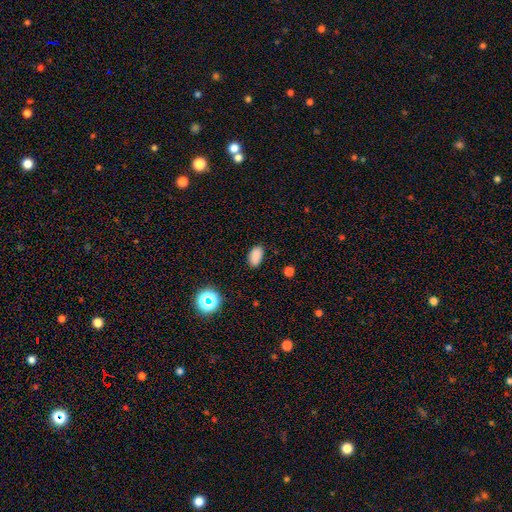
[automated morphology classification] Overall: smooth (84%). How rounded: in between (92%). Merging: none (85%).